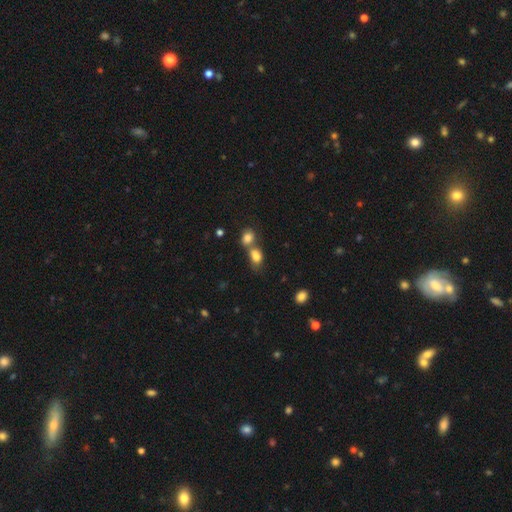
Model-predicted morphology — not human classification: A smooth galaxy with no disk features (81%) that is in between round and cigar-shaped (76%). Merging: merger (57%).